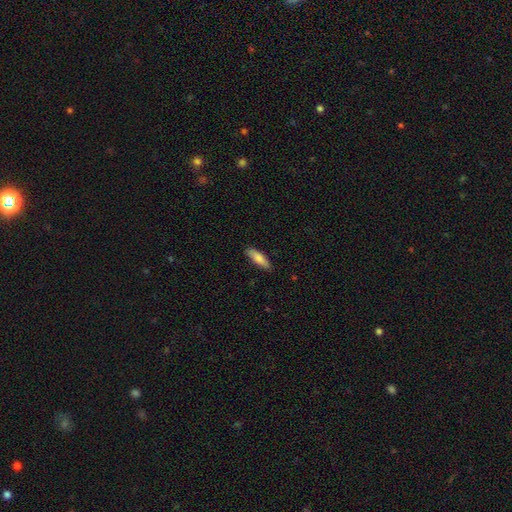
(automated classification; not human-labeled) Smooth or featured? Predicted: smooth (p=0.77). How rounded? Predicted: cigar-shaped (p=0.58). Merging? Predicted: none (p=0.87).